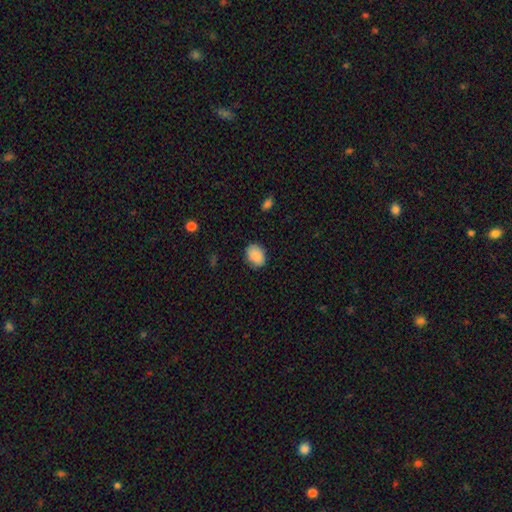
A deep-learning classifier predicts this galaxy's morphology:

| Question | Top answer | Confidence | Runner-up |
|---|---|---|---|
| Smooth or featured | smooth | 89% | star or artifact (7%) |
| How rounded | in between | 72% | round (27%) |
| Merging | none | 82% | minor disturbance (14%) |